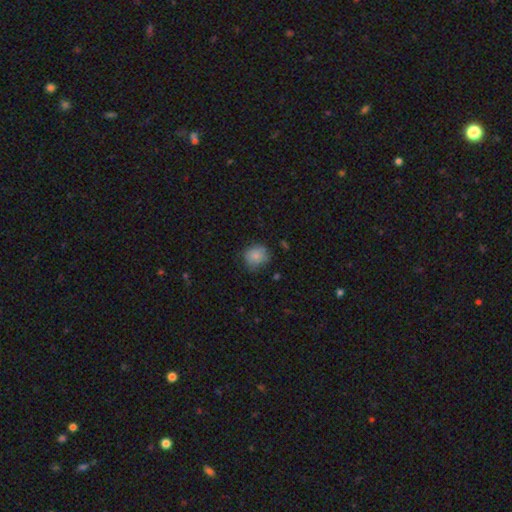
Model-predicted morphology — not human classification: Q: Smooth or featured?
A: smooth (81%); runner-up: star or artifact (9%)
Q: How rounded?
A: round (79%); runner-up: in between (20%)
Q: Merging?
A: none (69%); runner-up: minor disturbance (24%)